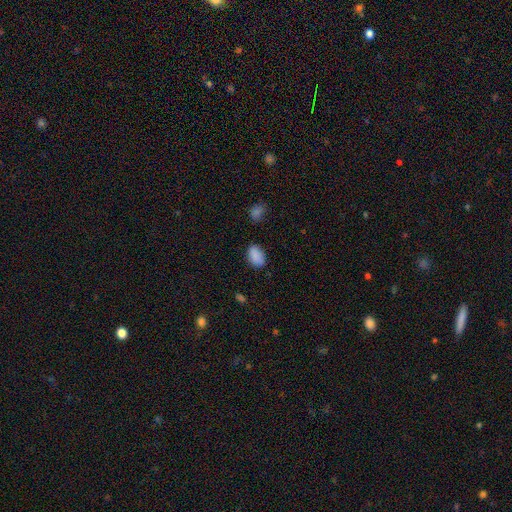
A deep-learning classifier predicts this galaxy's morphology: smooth_or_featured: smooth (p=0.88) [alt: star or artifact p=0.08]
how_rounded: in between (p=0.88) [alt: round p=0.10]
merging: none (p=0.79) [alt: minor disturbance p=0.16]